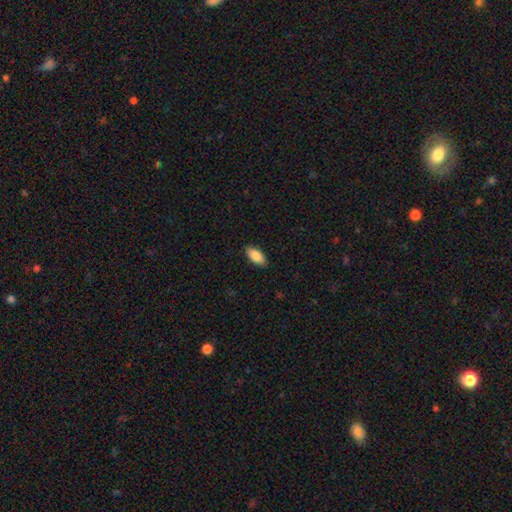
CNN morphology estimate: smooth 86%, featured or disk 7%, star or artifact 6%. Down the decision tree: how rounded — in between (91%); merging — none (88%).